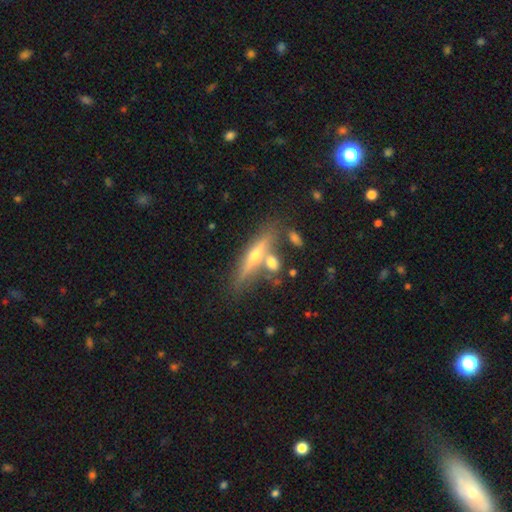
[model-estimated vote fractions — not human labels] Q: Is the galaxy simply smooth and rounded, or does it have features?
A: featured or disk — 66%.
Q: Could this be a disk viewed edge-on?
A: yes — 93%.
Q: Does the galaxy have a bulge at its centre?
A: rounded — 91%.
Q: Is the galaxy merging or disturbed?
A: none — 66%.